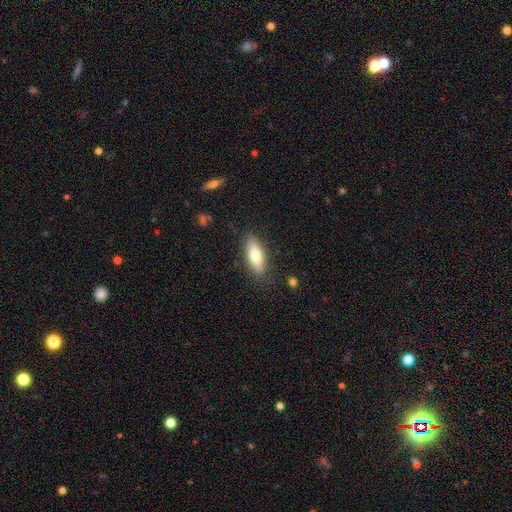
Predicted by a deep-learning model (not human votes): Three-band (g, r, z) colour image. It shows a smooth galaxy with no disk features (74%) that is in between round and cigar-shaped (71%). Merging: none (84%).